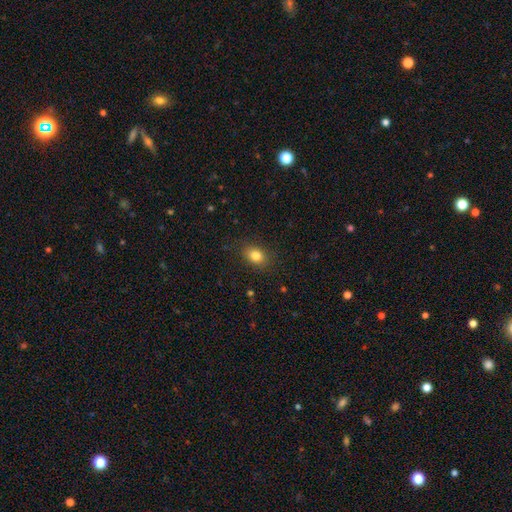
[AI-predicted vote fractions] Overall: smooth (83%). How rounded: in between (69%; round 30%). Merging: none (86%).